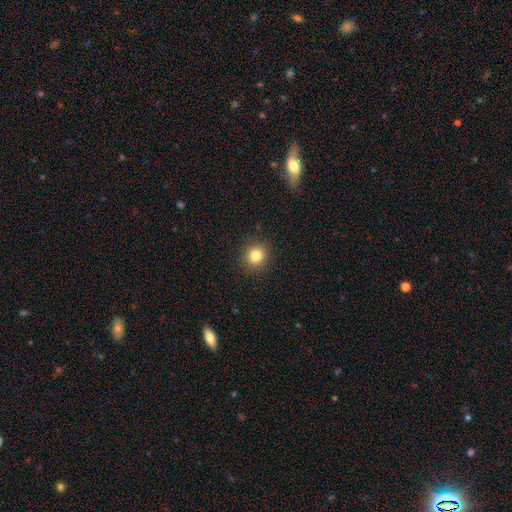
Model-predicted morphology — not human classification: Smooth or featured? Predicted: smooth (p=0.82). How rounded? Predicted: round (p=0.89). Merging? Predicted: none (p=0.91).